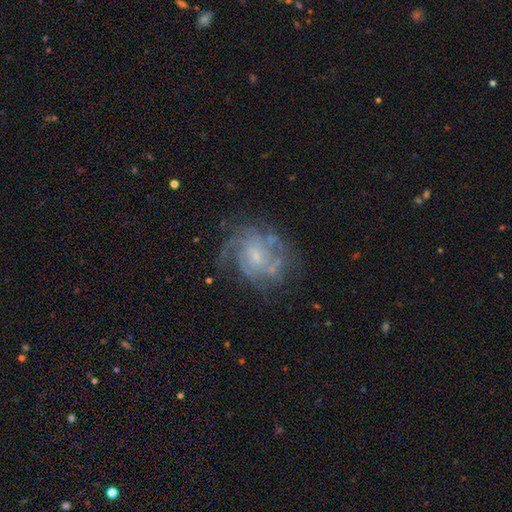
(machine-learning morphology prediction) Smooth or featured? Predicted: featured or disk (p=0.73). Edge-on disk? Predicted: no (p=0.97). Bar? Predicted: no (p=0.65). Spiral arms? Predicted: yes (p=0.87). Spiral winding? Predicted: tight (p=0.47). Spiral arm count? Predicted: can't tell (p=0.40). Bulge size? Predicted: small (p=0.60). Merging? Predicted: none (p=0.69).